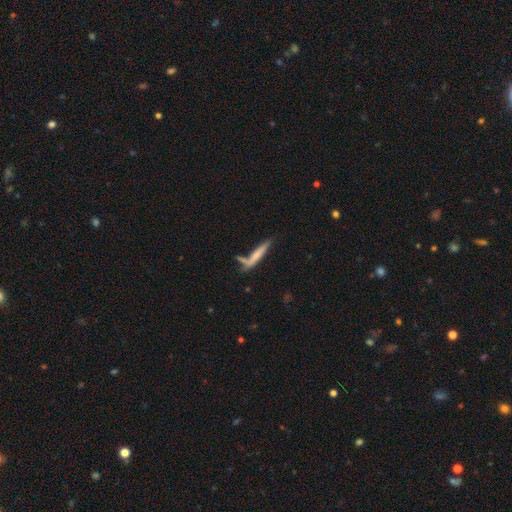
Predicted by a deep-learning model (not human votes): Smooth or featured?
  - smooth: 60% *
  - featured or disk: 32%
  - star or artifact: 8%
How rounded?
  - cigar-shaped: 91% *
  - in between: 8%
  - round: 2%
Merging?
  - none: 54% *
  - merger: 22%
  - minor disturbance: 17%
  - major disturbance: 8%